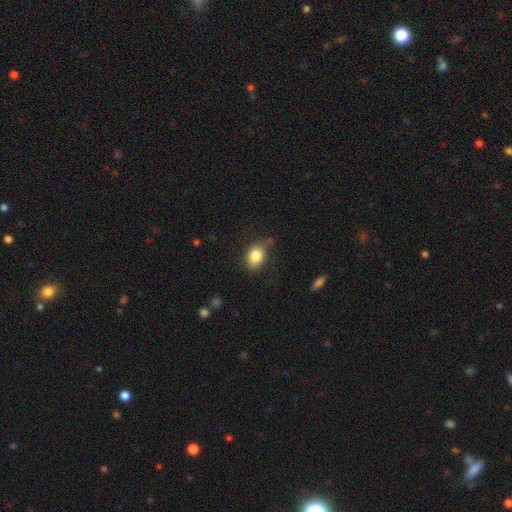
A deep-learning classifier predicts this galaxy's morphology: smooth 83%, star or artifact 9%, featured or disk 8%. Down the decision tree: how rounded — in between (67%); merging — none (68%).